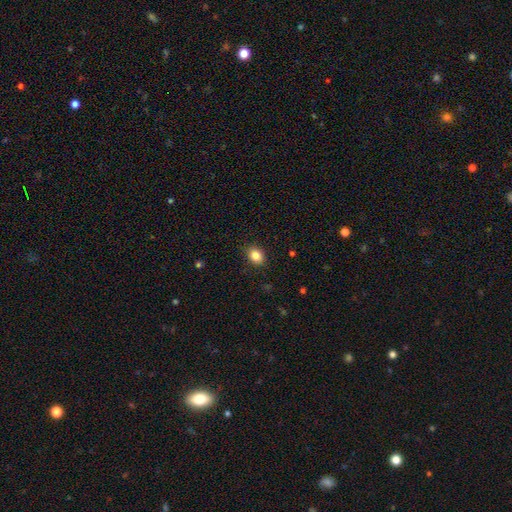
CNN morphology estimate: This appears to be a smooth galaxy with no disk features (85%) that is in between round and cigar-shaped (52%). Merging: none (89%).